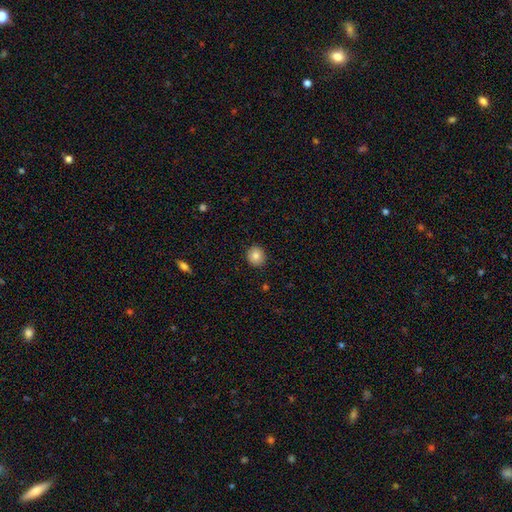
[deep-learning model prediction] The model was most divided on "smooth or featured": smooth: 83%, star or artifact: 9%, featured or disk: 8%. More confident: merging — none (91%); how rounded — round (88%).